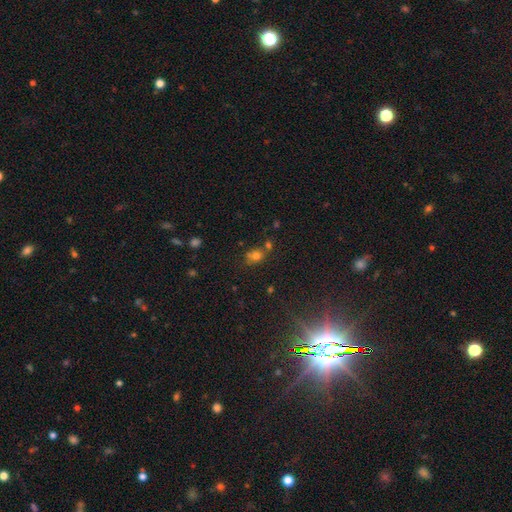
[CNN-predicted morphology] The model was most divided on "how rounded": round: 58%, in between: 40%, cigar-shaped: 1%. More confident: smooth or featured — smooth (71%); merging — none (54%).